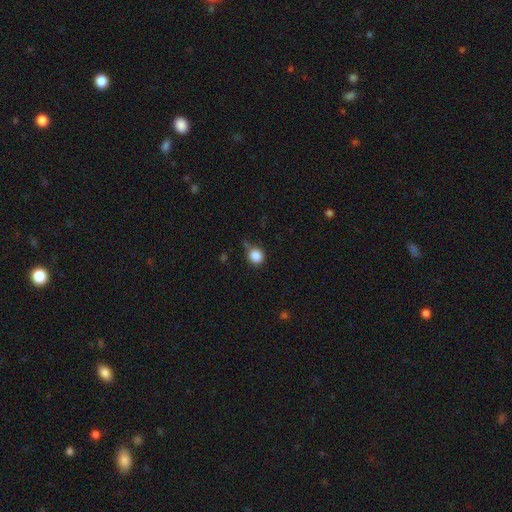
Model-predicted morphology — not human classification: smooth 85%, star or artifact 10%, featured or disk 5%. Down the decision tree: how rounded — round (89%); merging — none (60%).